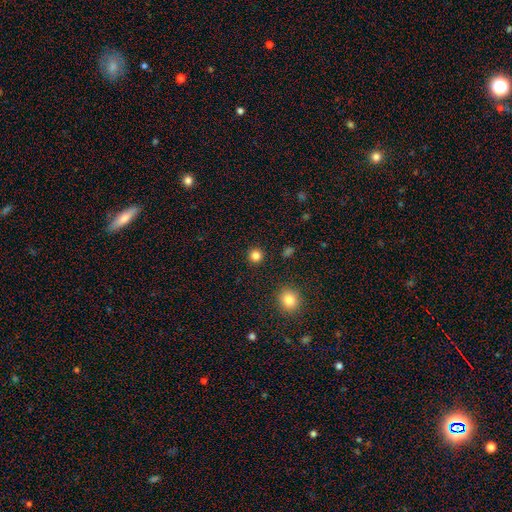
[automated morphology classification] A smooth galaxy with no disk features (83%) that is round (94%). Merging: none (93%).